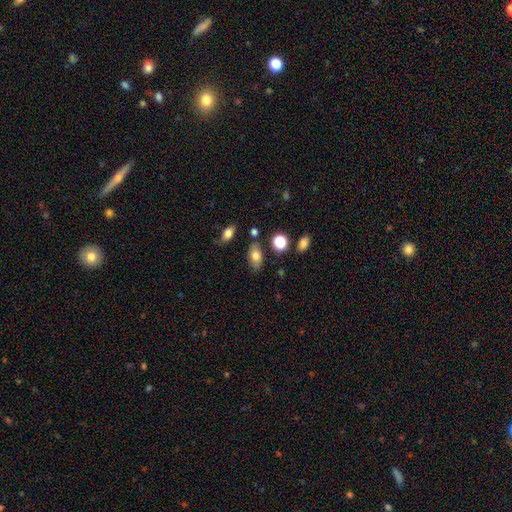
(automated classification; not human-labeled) The model was most divided on "smooth or featured": smooth: 74%, featured or disk: 17%, star or artifact: 9%. More confident: how rounded — in between (89%); merging — none (77%).